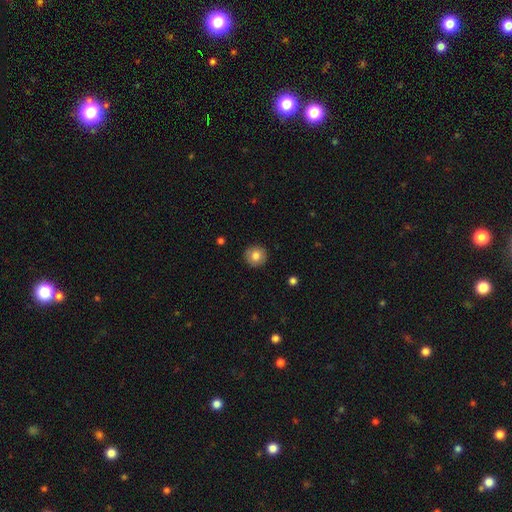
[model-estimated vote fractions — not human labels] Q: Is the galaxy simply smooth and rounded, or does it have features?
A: smooth — 81%.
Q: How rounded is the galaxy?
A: round — 92%.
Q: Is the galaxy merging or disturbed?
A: none — 90%.